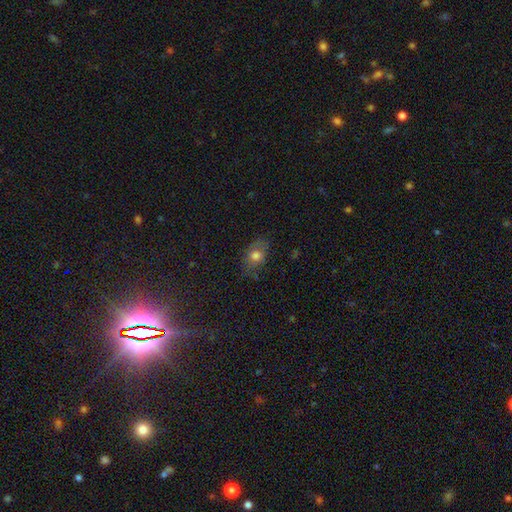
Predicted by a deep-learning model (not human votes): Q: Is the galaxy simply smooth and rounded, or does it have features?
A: smooth — 73%.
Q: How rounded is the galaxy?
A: in between — 73%.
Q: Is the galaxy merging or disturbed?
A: none — 70%.